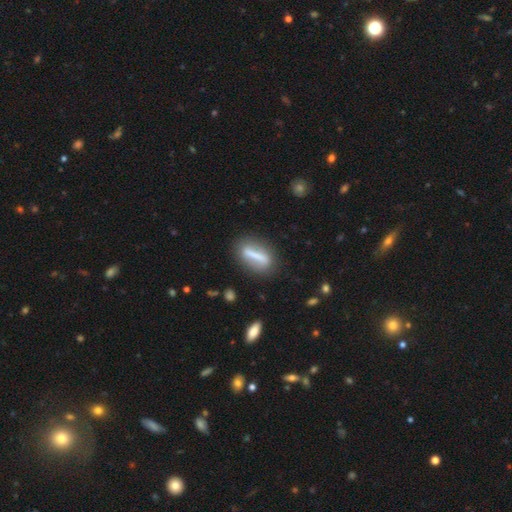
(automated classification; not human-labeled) smooth_or_featured: smooth (p=0.51) [alt: featured or disk p=0.40]
how_rounded: cigar-shaped (p=0.64) [alt: in between p=0.31]
merging: none (p=0.78) [alt: minor disturbance p=0.13]